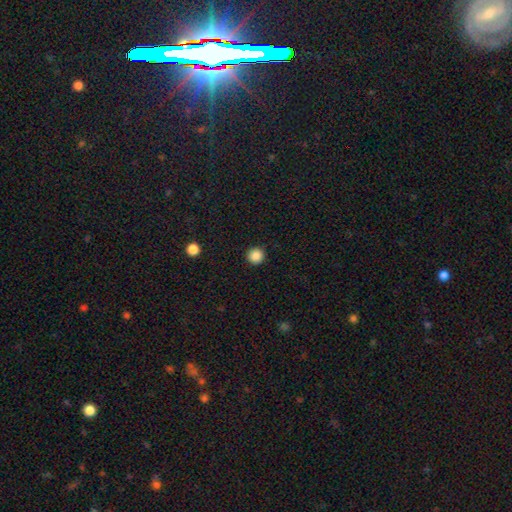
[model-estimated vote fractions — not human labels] smooth_or_featured: smooth (p=0.87) [alt: star or artifact p=0.10]
how_rounded: round (p=0.96) [alt: in between p=0.03]
merging: none (p=0.93) [alt: minor disturbance p=0.05]